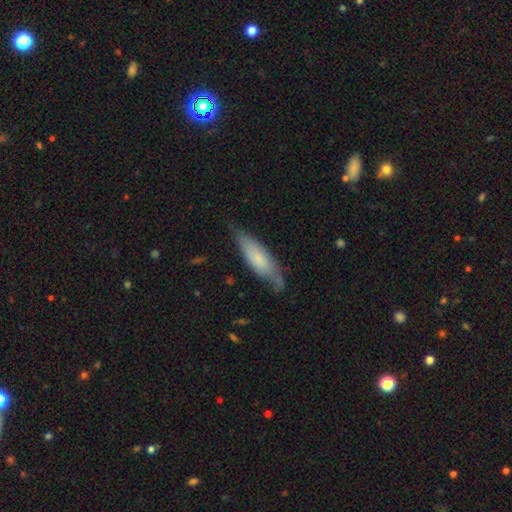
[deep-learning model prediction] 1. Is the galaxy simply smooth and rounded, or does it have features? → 57% smooth, 36% featured or disk, 7% star or artifact.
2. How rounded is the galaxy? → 56% cigar-shaped, 42% in between, 2% round.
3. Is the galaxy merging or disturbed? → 65% none, 26% minor disturbance, 7% major disturbance, 2% merger.